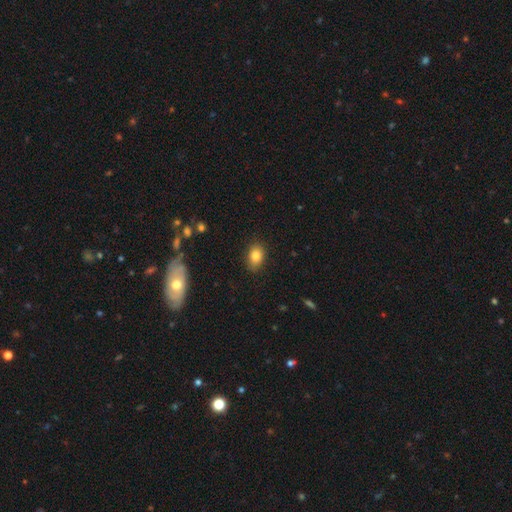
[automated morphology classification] This is clearly a smooth galaxy (82%). How rounded: likely in between (75%). Merging: clearly none (86%).